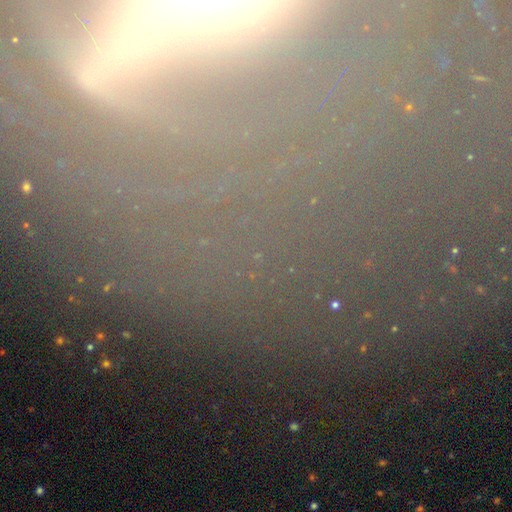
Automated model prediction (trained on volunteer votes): Q: Smooth or featured?
A: star or artifact (56%); runner-up: featured or disk (25%)